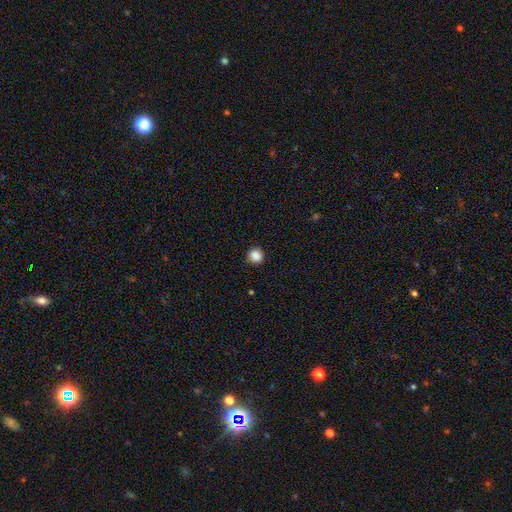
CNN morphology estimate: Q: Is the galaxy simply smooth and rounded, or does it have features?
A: smooth — 87%.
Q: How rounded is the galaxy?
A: round — 90%.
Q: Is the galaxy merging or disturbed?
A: none — 89%.